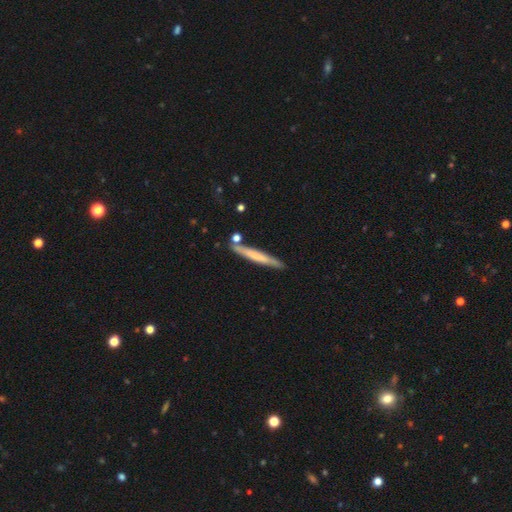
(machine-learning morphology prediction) type=smooth (55%); roundness=cigar-shaped (96%); merging=none (81%).